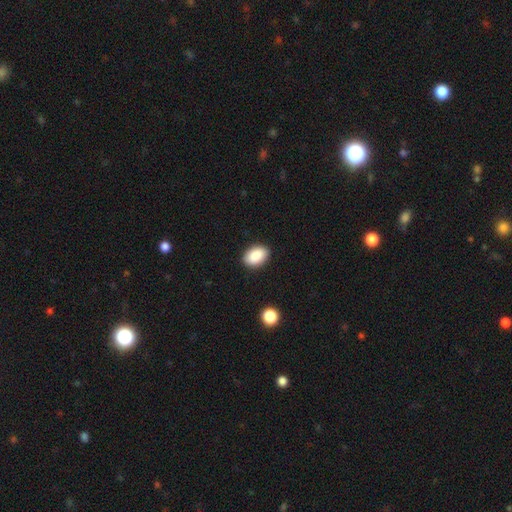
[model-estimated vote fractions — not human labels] Overall: smooth (89%). How rounded: in between (87%). Merging: none (90%).